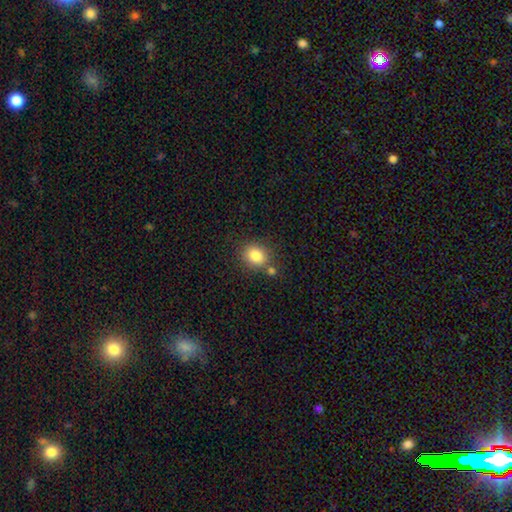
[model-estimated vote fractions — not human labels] Smooth or featured? smooth (83%)
How rounded? round (67%)
Merging? none (71%)